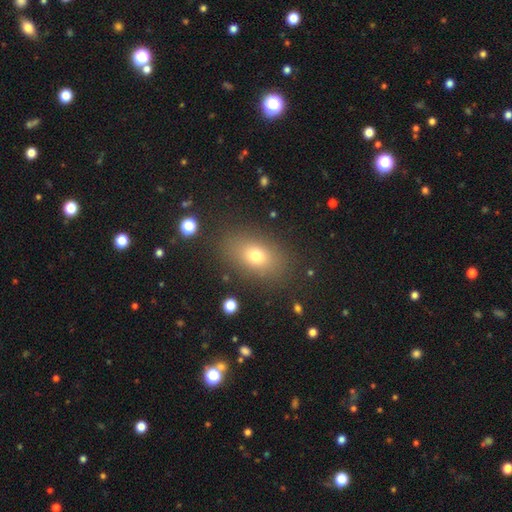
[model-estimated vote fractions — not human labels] Smooth or featured?
  - smooth: 72% *
  - star or artifact: 14%
  - featured or disk: 14%
How rounded?
  - in between: 78% *
  - round: 19%
  - cigar-shaped: 2%
Merging?
  - none: 85% *
  - minor disturbance: 9%
  - major disturbance: 4%
  - merger: 2%